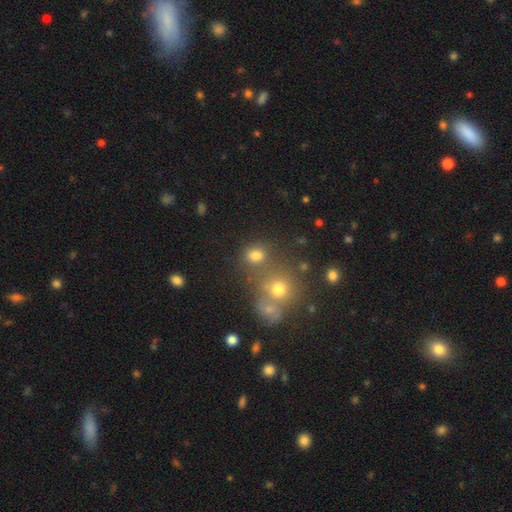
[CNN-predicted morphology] The model was most divided on "merging": none: 58%, merger: 26%, minor disturbance: 10%, major disturbance: 5%. More confident: smooth or featured — smooth (74%); how rounded — round (66%).